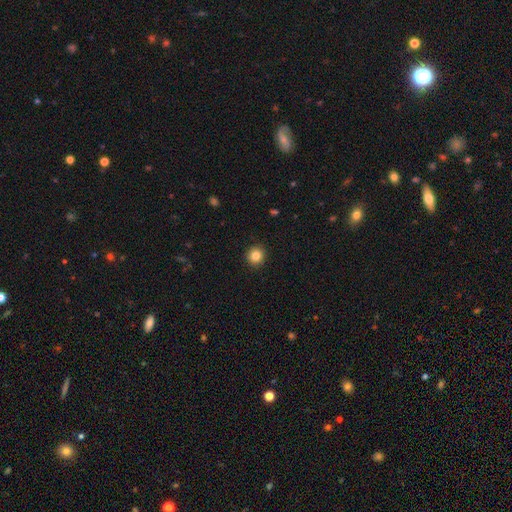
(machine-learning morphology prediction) A smooth galaxy with no disk features (84%) that is round (93%).

Vote fractions:
- Smooth or featured? smooth: 84% / star or artifact: 11% / featured or disk: 5%
- How rounded? round: 93% / in between: 6% / cigar-shaped: 1%
- Merging? none: 93% / minor disturbance: 5% / major disturbance: 2% / merger: 1%